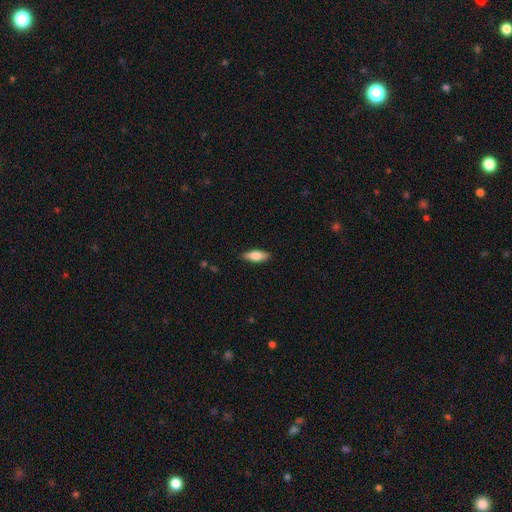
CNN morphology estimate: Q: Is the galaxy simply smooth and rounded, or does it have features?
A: smooth — 76%.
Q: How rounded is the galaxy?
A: in between — 69%.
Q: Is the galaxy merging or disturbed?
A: none — 86%.